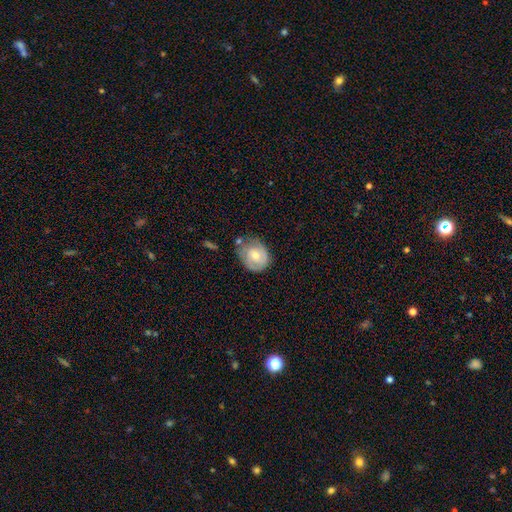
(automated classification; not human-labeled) Smooth or featured: featured or disk — 50% (smooth — 44%)
Merging: none — 54% (minor disturbance — 29%)